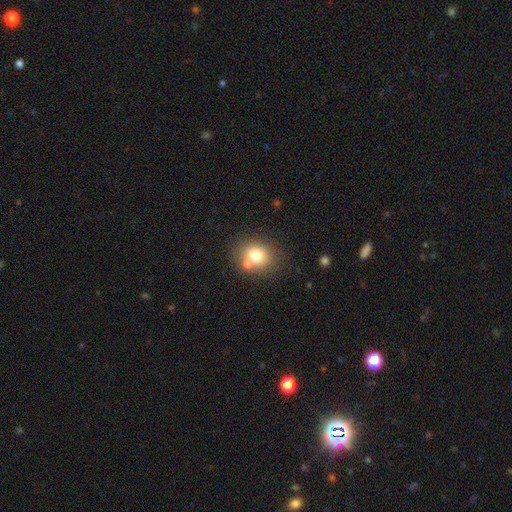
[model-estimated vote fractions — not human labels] Overall: smooth (73%). How rounded: round (68%; in between 32%). Merging: none (61%; merger 24%).